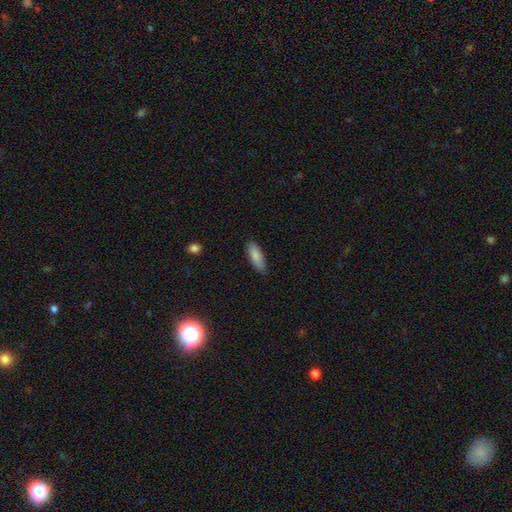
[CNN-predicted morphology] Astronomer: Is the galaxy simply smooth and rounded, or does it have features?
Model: smooth — 86%.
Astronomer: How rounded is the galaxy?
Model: in between — 66%.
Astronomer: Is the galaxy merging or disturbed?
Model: none — 81%.